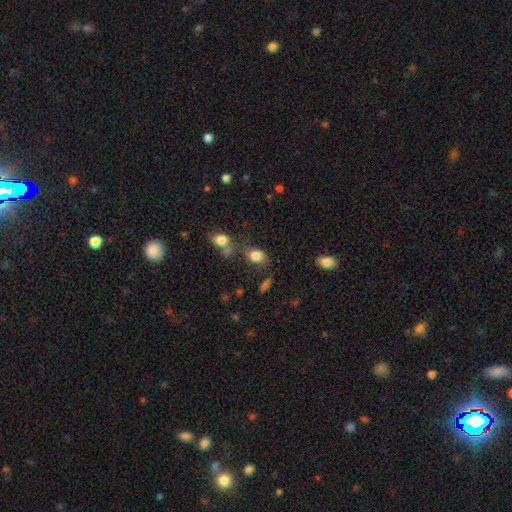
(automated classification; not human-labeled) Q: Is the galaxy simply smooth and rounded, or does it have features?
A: smooth — 82%.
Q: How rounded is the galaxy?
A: in between — 67%.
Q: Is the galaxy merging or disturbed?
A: none — 55%.